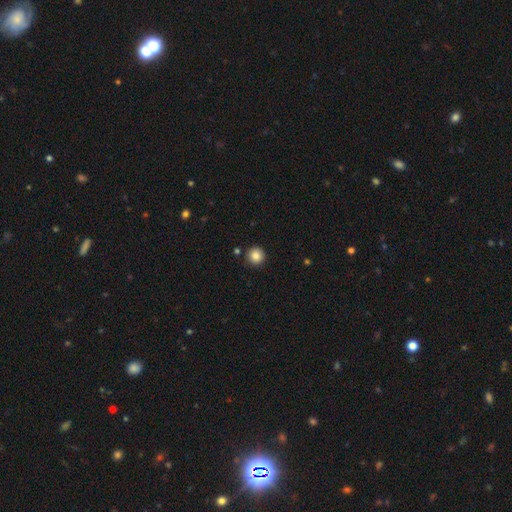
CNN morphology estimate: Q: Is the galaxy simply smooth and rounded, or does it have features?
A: smooth — 85%.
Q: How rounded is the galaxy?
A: round — 95%.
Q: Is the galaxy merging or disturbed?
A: none — 90%.